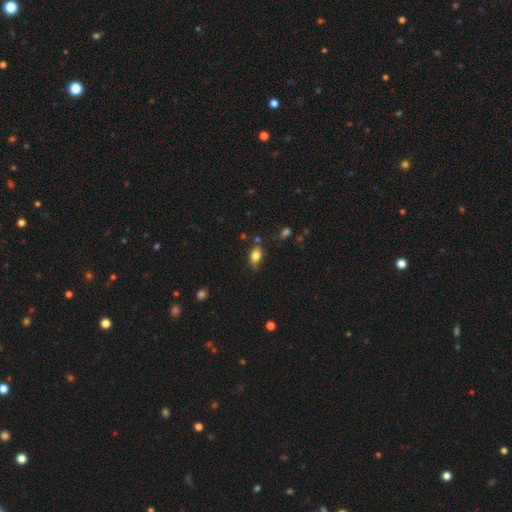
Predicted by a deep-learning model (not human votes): Smooth or featured?
  - smooth: 82% *
  - featured or disk: 9%
  - star or artifact: 9%
How rounded?
  - in between: 86% *
  - round: 10%
  - cigar-shaped: 4%
Merging?
  - none: 72% *
  - minor disturbance: 19%
  - major disturbance: 4%
  - merger: 4%